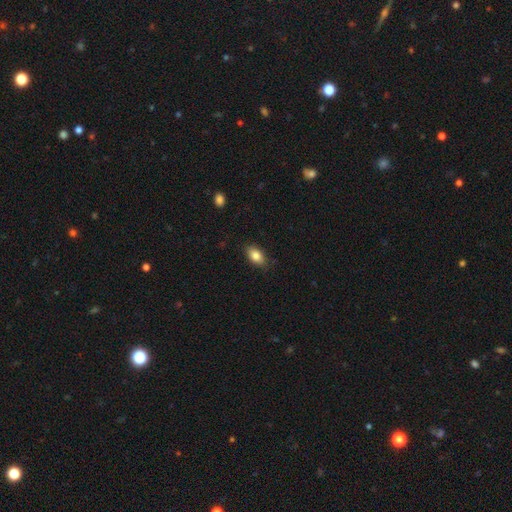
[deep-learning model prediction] This appears to be a smooth galaxy with no disk features (85%) that is in between round and cigar-shaped (90%). Merging: none (85%).